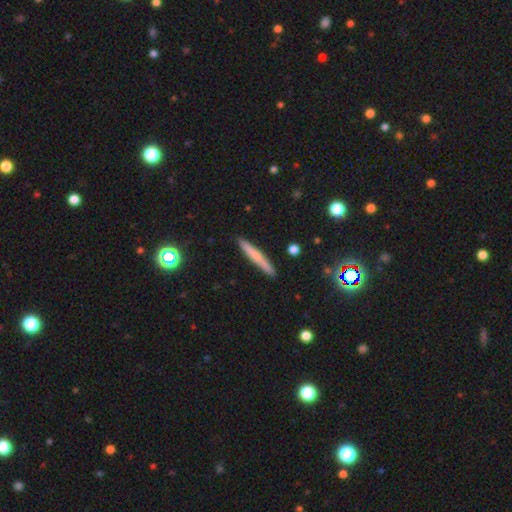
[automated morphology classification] Smooth or featured? smooth (63%)
How rounded? cigar-shaped (95%)
Merging? none (91%)